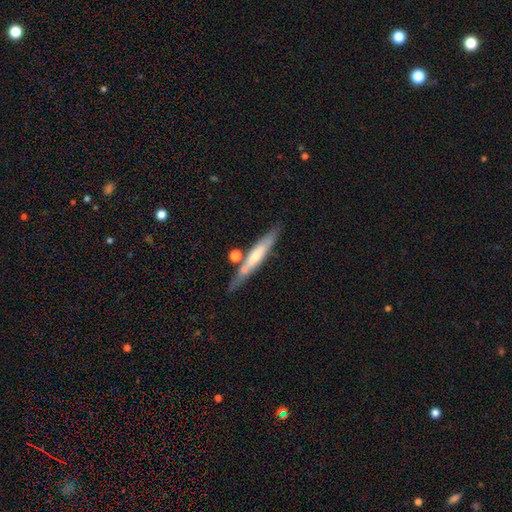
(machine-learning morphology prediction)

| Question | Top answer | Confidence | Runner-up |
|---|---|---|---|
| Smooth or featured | featured or disk | 47% | smooth (46%) |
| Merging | none | 70% | minor disturbance (13%) |